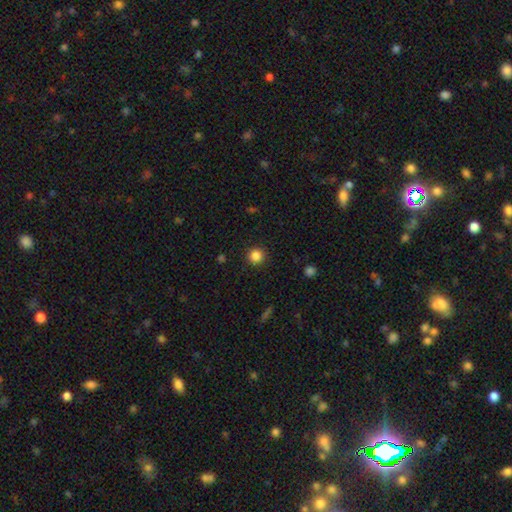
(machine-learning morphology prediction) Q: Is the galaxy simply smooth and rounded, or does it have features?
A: smooth — 85%.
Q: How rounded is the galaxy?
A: round — 95%.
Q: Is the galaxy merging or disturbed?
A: none — 91%.